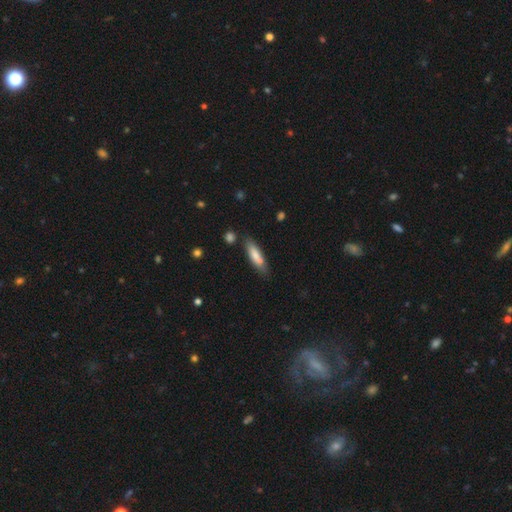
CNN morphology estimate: A smooth galaxy with no disk features (75%) that is cigar-shaped (65%).

Vote fractions:
- Smooth or featured? smooth: 75% / featured or disk: 19% / star or artifact: 6%
- How rounded? cigar-shaped: 65% / in between: 33% / round: 2%
- Merging? none: 73% / minor disturbance: 16% / merger: 8% / major disturbance: 3%